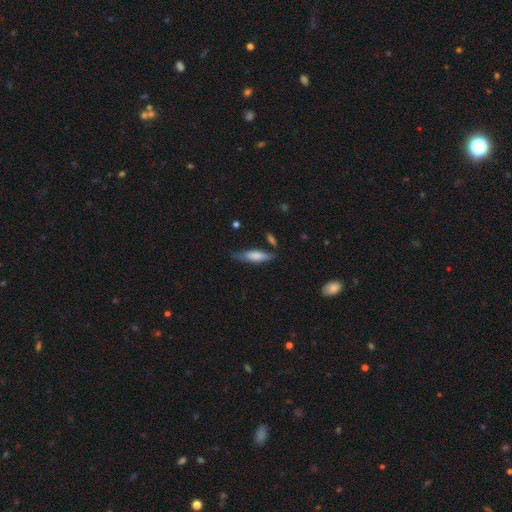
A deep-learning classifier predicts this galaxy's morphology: A smooth galaxy with no disk features (69%) that is cigar-shaped (58%). Merging: none (63%).